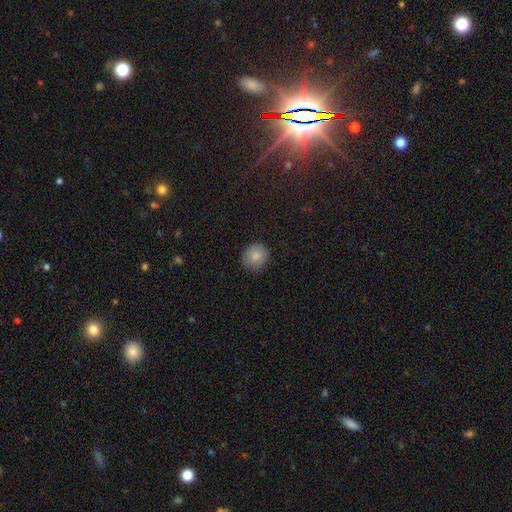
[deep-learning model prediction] smooth 85%, star or artifact 9%, featured or disk 6%. Down the decision tree: how rounded — round (86%); merging — none (86%).